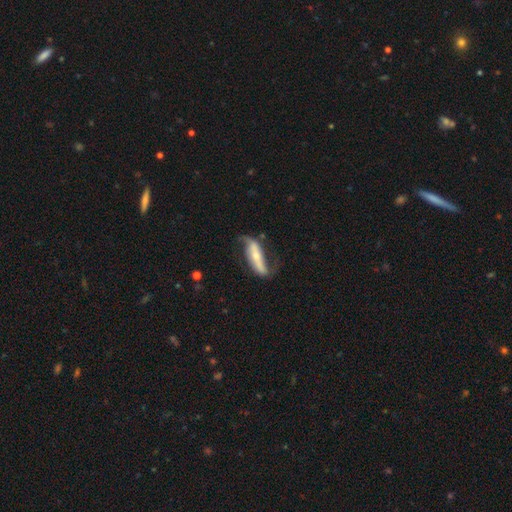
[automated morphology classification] Overall: featured or disk (72%). Edge-on disk: no (74%). Bar: strong (55%; no 27%). Spiral arms: yes (86%). Bulge size: small (56%; moderate 36%). Merging: none (58%; minor disturbance 24%).